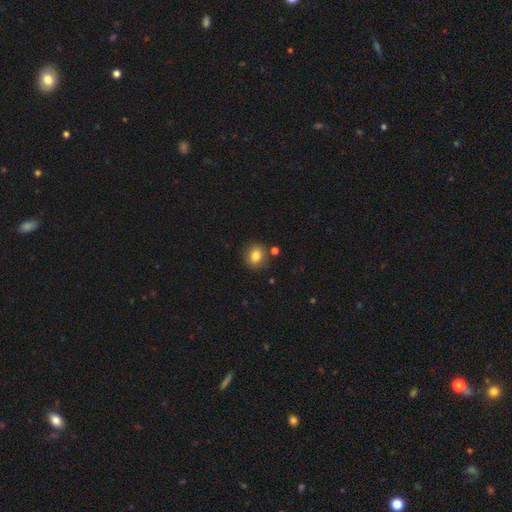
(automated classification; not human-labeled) Smooth or featured: smooth — 82% (star or artifact — 11%)
How rounded: round — 75% (in between — 24%)
Merging: none — 83% (minor disturbance — 9%)